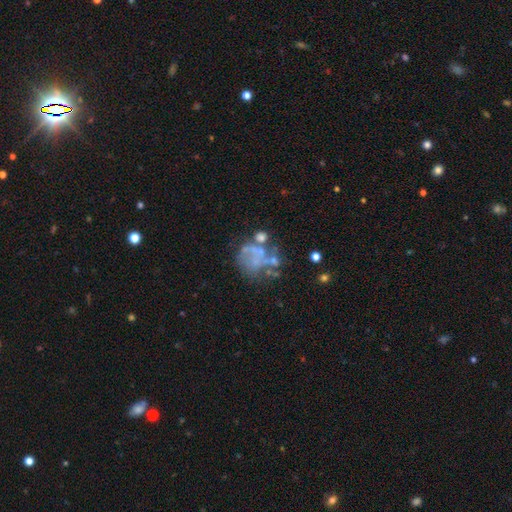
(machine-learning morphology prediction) This appears to be a featured or disk galaxy (56%) with no bar (90%), no spiral arms (84%) and no central bulge (79%). Merging: none (40%).